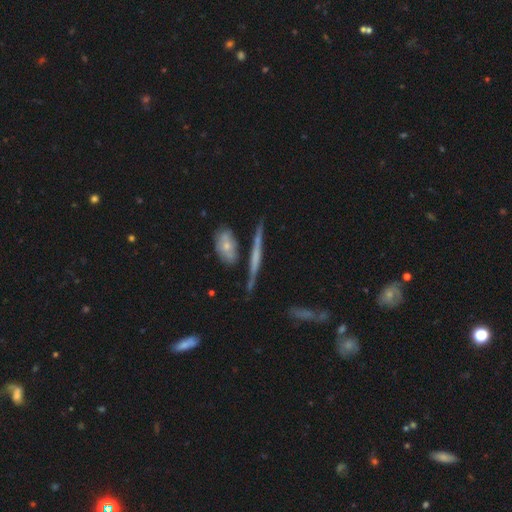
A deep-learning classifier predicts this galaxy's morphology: A featured or disk galaxy (63%) viewed edge-on (85%) with no central bulge (55%). Merging: none (69%).